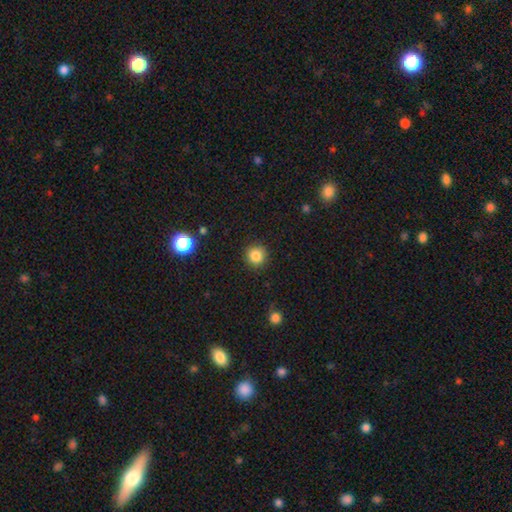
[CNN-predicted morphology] Smooth or featured? Predicted: smooth (p=0.85). How rounded? Predicted: round (p=0.93). Merging? Predicted: none (p=0.91).